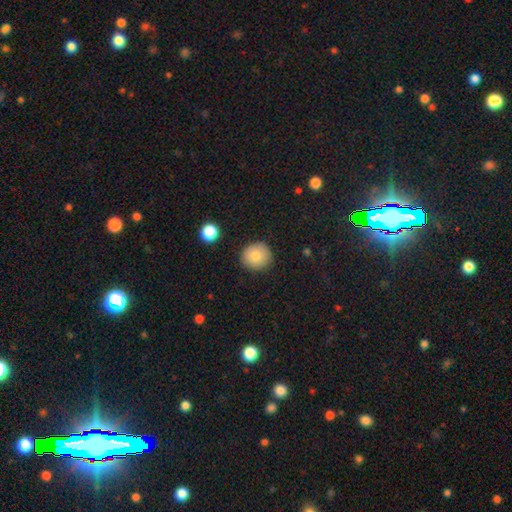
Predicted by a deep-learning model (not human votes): Smooth or featured: smooth — 82% (star or artifact — 9%)
How rounded: round — 88% (in between — 11%)
Merging: none — 88% (minor disturbance — 8%)